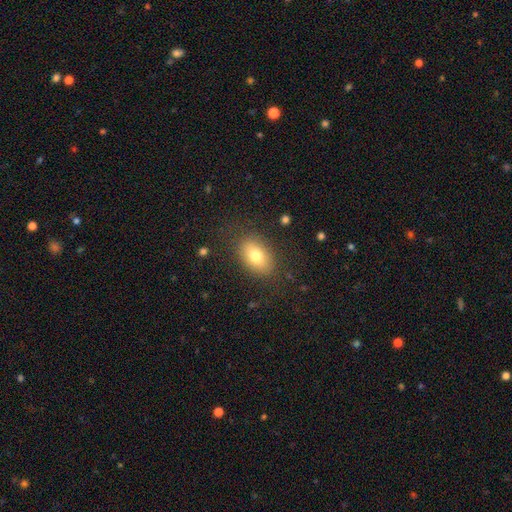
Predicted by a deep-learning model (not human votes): Overall: smooth (77%). How rounded: in between (86%). Merging: none (82%).